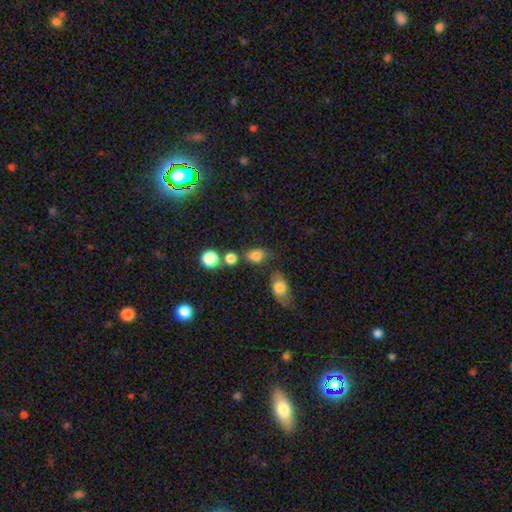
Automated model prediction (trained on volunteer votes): This appears to be a smooth galaxy with no disk features (80%) that is in between round and cigar-shaped (59%). Merging: none (57%).